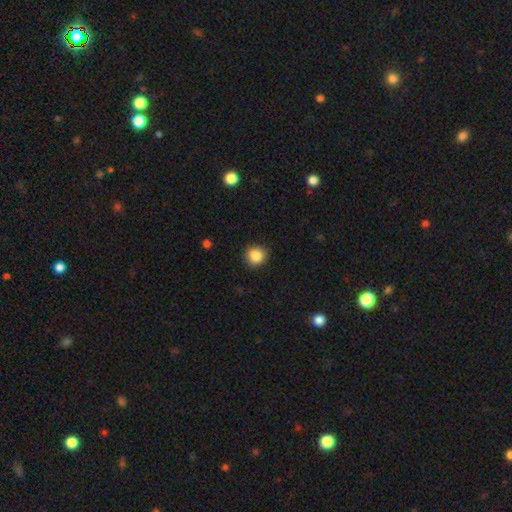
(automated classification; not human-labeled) This is clearly a smooth galaxy (86%). How rounded: clearly round (84%). Merging: clearly none (86%).